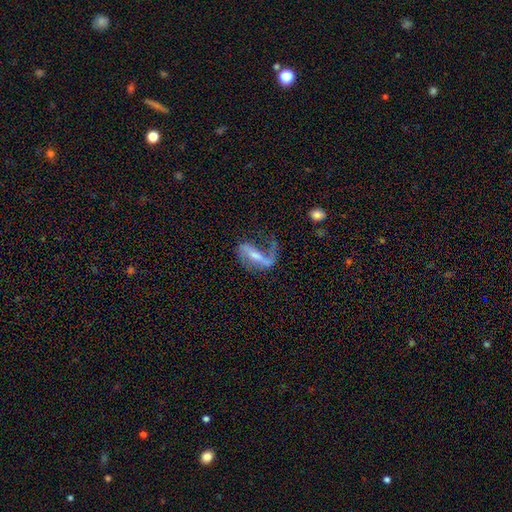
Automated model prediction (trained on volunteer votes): A featured or disk galaxy (78%) with a strong bar (52%), 2 (60%) loose (68%) spiral arms (88%) and a small central bulge (47%). Merging: none (41%).